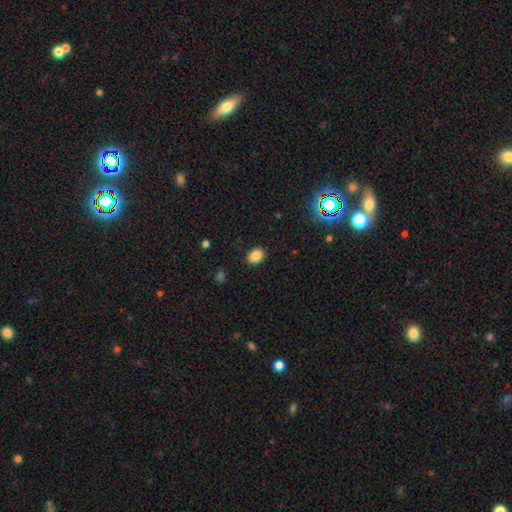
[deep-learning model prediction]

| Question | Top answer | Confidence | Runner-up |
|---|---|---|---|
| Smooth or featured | smooth | 84% | star or artifact (11%) |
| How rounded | in between | 59% | round (40%) |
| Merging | none | 89% | minor disturbance (8%) |